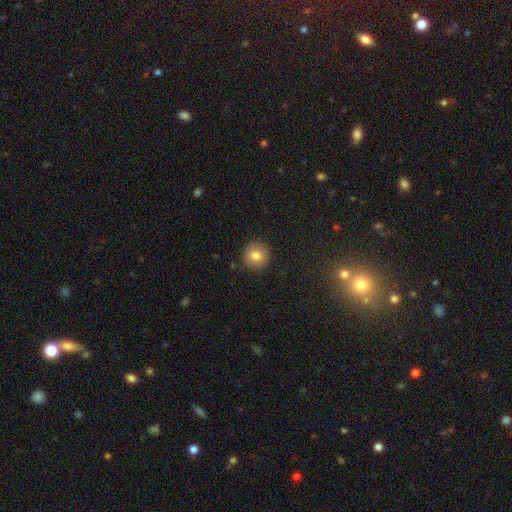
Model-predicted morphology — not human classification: This appears to be a smooth galaxy with no disk features (81%) that is round (94%). Merging: none (90%).